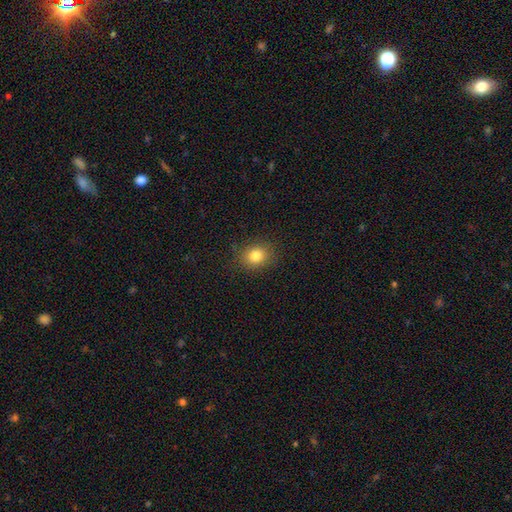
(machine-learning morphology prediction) Overall: smooth (81%). How rounded: round (66%; in between 33%). Merging: none (87%).